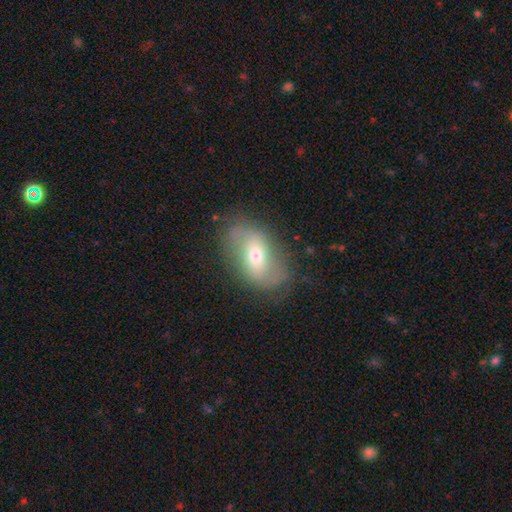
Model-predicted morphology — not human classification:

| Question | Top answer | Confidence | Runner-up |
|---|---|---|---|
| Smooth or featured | featured or disk | 55% | smooth (36%) |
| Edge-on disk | no | 91% | yes (9%) |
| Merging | none | 76% | minor disturbance (17%) |